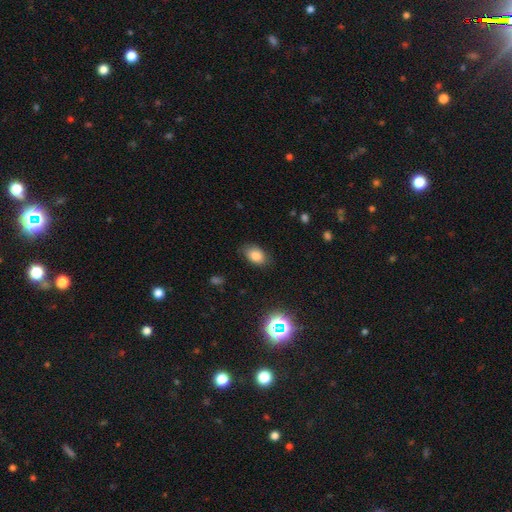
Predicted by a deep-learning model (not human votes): Smooth or featured? Predicted: smooth (p=0.81). How rounded? Predicted: in between (p=0.87). Merging? Predicted: none (p=0.80).